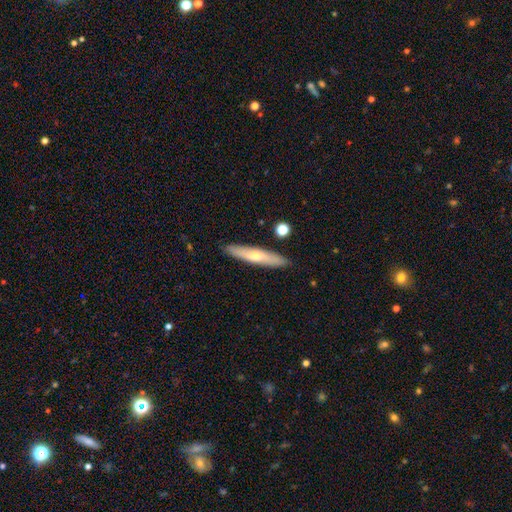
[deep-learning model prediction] Q: Smooth or featured?
A: featured or disk (49%); runner-up: smooth (43%)
Q: Merging?
A: none (89%); runner-up: minor disturbance (8%)